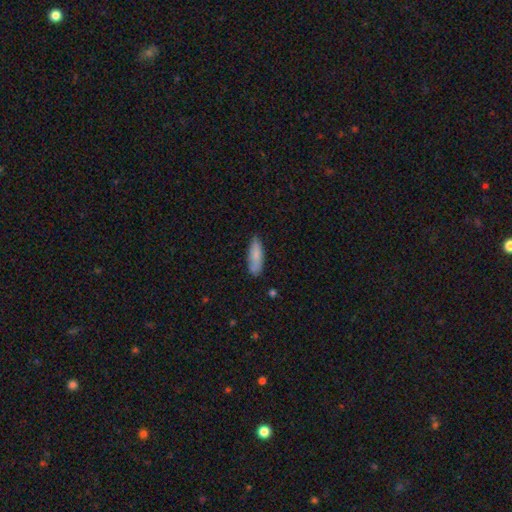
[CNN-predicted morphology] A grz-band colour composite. It shows a smooth galaxy with no disk features (83%) that is in between round and cigar-shaped (57%). Merging: none (77%).